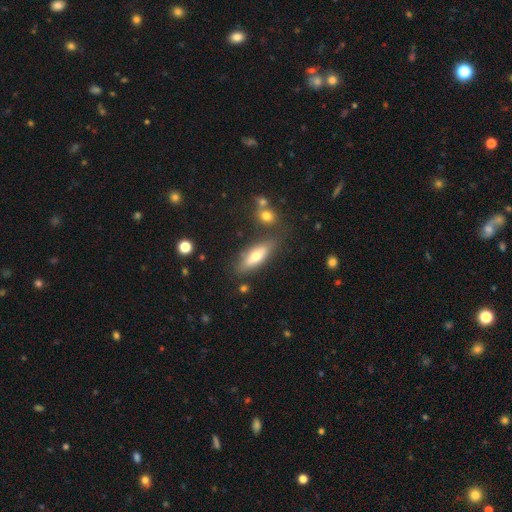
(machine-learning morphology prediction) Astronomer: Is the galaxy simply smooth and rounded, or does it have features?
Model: smooth — 61%.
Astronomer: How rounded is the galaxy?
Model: in between — 55% (runner-up: cigar-shaped, 42%).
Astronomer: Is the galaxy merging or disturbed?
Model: none — 77%.